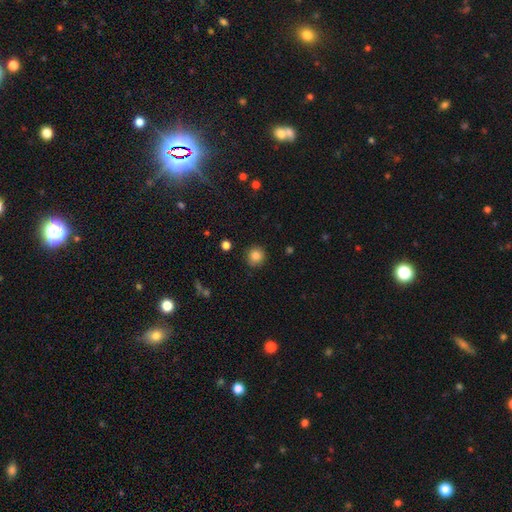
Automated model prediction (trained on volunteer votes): This appears to be a smooth galaxy with no disk features (84%) that is round (91%). Merging: none (89%).